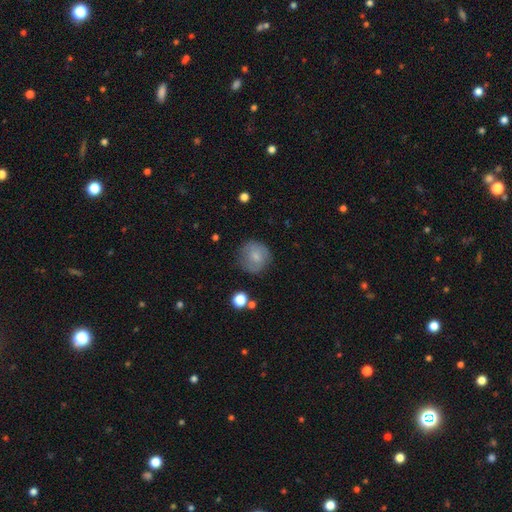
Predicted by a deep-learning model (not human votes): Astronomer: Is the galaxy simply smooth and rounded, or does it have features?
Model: smooth — 69%.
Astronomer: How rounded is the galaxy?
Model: round — 90%.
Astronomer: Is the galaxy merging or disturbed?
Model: none — 71%.